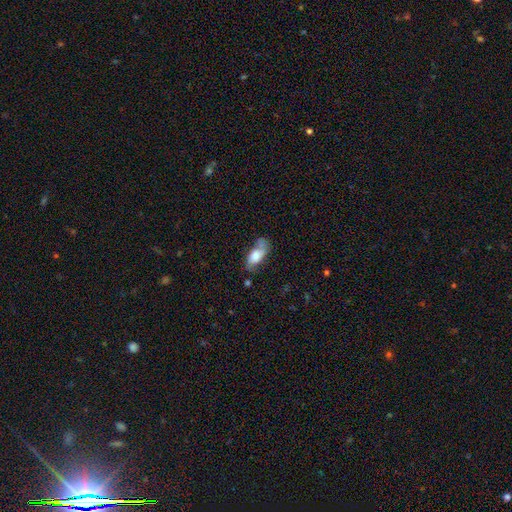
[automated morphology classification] Overall: smooth (48%; featured or disk 44%). Merging: none (46%; minor disturbance 28%).